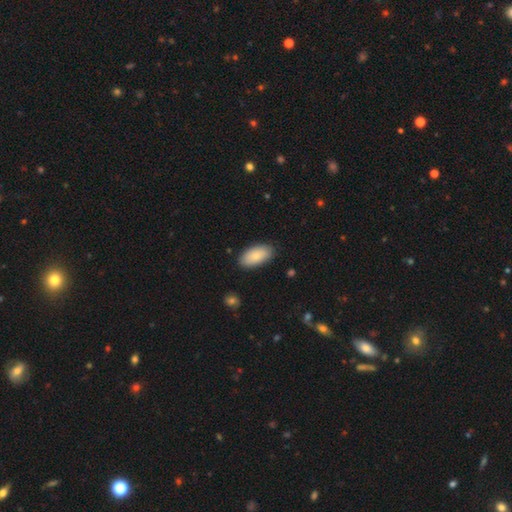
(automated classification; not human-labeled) smooth_or_featured: smooth (p=0.86) [alt: featured or disk p=0.08]
how_rounded: in between (p=0.94) [alt: cigar-shaped p=0.04]
merging: none (p=0.86) [alt: minor disturbance p=0.11]